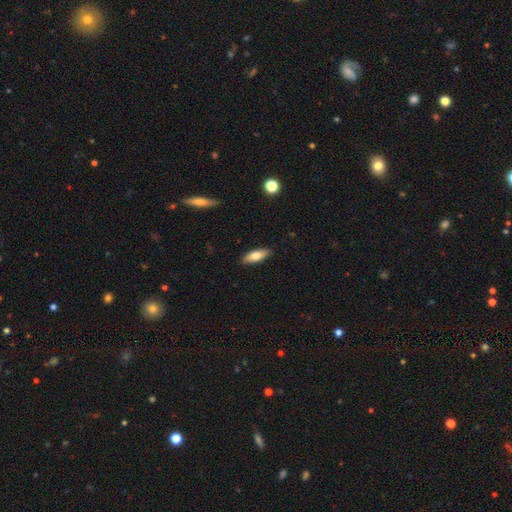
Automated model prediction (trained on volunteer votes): Smooth or featured? smooth (74%)
How rounded? in between (70%)
Merging? none (89%)